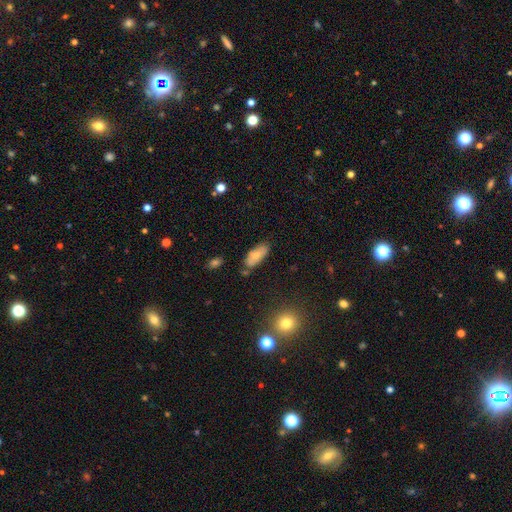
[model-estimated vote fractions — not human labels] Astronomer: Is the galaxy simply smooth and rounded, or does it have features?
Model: smooth — 73%.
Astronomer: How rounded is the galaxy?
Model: in between — 82%.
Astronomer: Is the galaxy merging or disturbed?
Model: none — 71%.